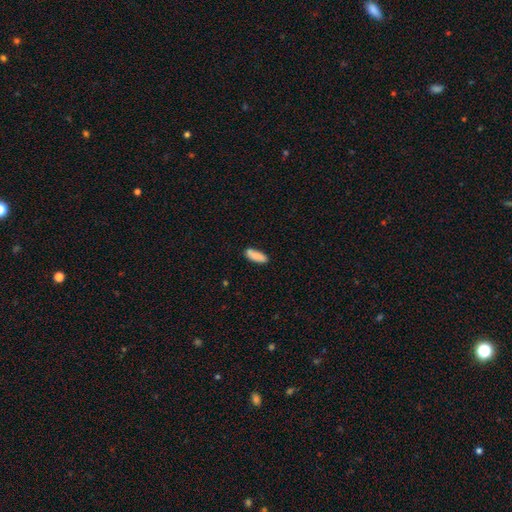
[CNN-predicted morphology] Smooth or featured?
  - smooth: 85% *
  - featured or disk: 8%
  - star or artifact: 6%
How rounded?
  - in between: 63% *
  - cigar-shaped: 35%
  - round: 2%
Merging?
  - none: 76% *
  - minor disturbance: 16%
  - merger: 6%
  - major disturbance: 3%